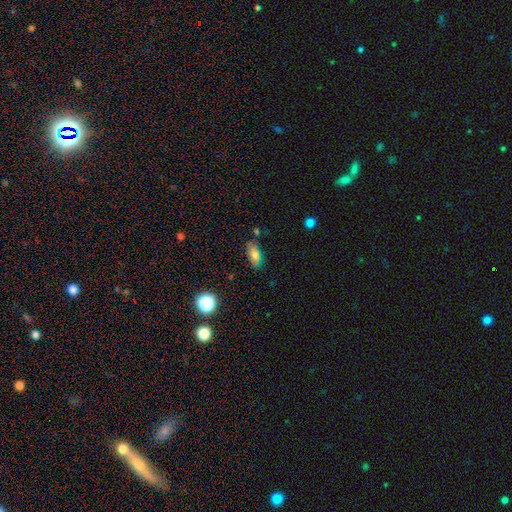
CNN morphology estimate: smooth_or_featured: smooth (p=0.70) [alt: star or artifact p=0.15]
how_rounded: in between (p=0.83) [alt: cigar-shaped p=0.11]
merging: none (p=0.74) [alt: minor disturbance p=0.18]